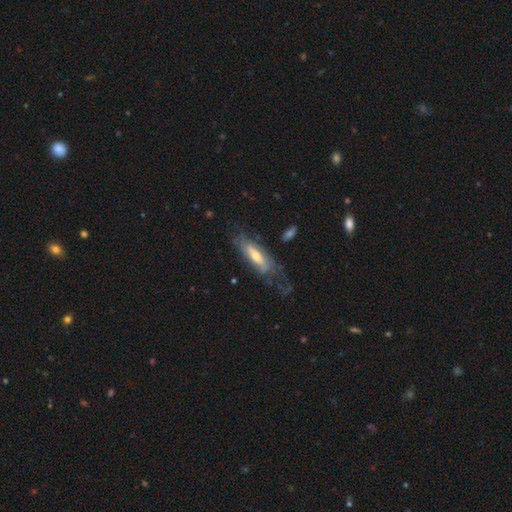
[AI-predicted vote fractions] Smooth or featured? featured or disk (63%)
Edge-on disk? no (67%)
Merging? none (47%)